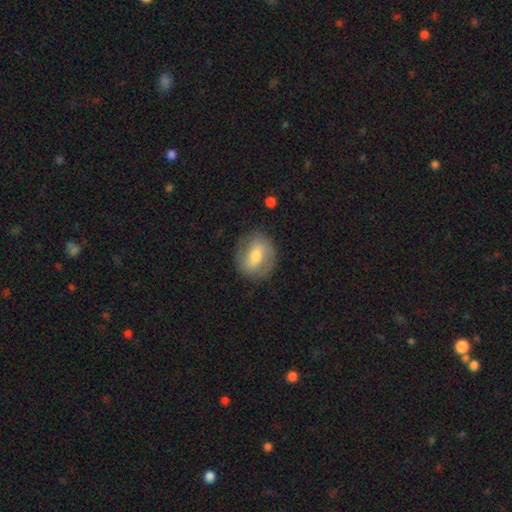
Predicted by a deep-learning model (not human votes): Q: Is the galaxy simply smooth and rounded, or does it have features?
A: featured or disk — 51%.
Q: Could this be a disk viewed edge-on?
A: no — 94%.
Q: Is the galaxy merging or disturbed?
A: none — 80%.